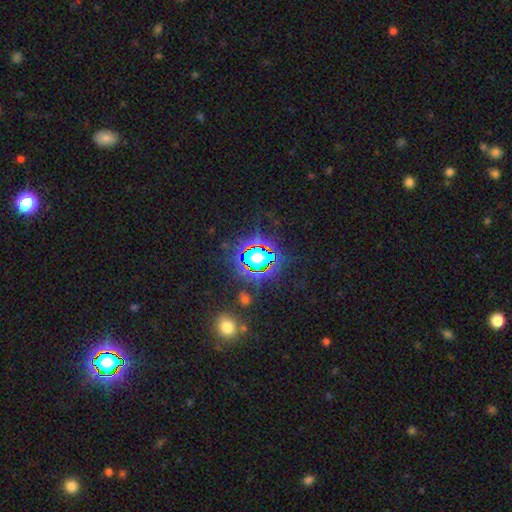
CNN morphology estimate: This is likely a star or artifact rather than a galaxy (78%).